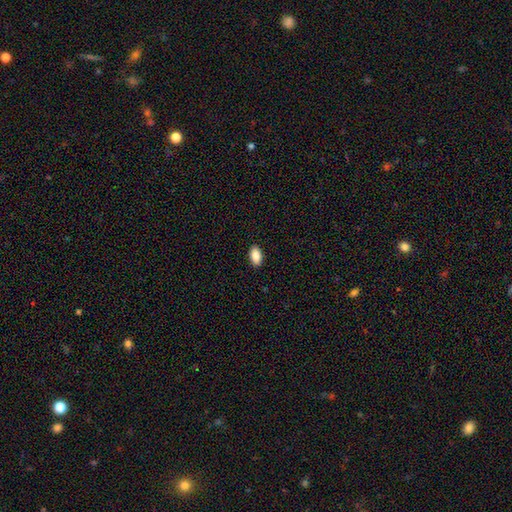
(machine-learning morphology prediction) This is clearly a smooth galaxy (89%). How rounded: clearly in between (94%). Merging: clearly none (90%).